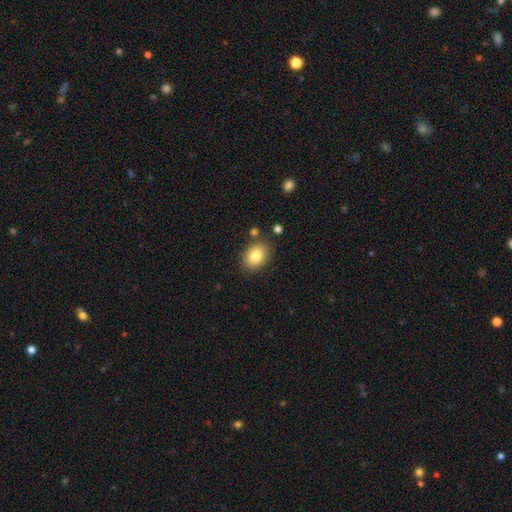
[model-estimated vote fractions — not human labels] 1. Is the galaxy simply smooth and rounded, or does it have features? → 83% smooth, 9% featured or disk, 8% star or artifact.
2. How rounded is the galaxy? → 69% in between, 30% round, 1% cigar-shaped.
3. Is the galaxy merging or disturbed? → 82% none, 11% minor disturbance, 3% merger, 3% major disturbance.